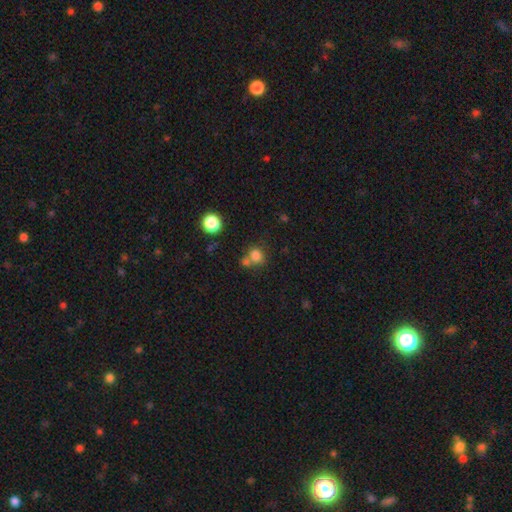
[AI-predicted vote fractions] Overall: smooth (78%). How rounded: round (75%). Merging: none (50%; merger 35%).